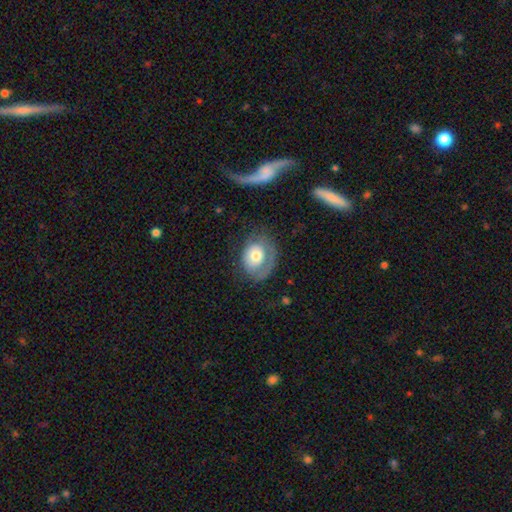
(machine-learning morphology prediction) Smooth or featured? Predicted: smooth (p=0.54). How rounded? Predicted: in between (p=0.52). Merging? Predicted: none (p=0.49).